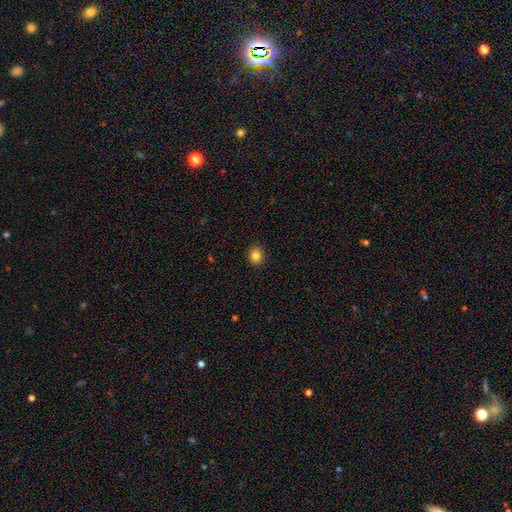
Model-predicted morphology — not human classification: smooth-or-featured: smooth: 84% | star or artifact: 11% | featured or disk: 6%
  how-rounded: round: 73% | in between: 26% | cigar-shaped: 1%
  merging: none: 91% | minor disturbance: 6% | major disturbance: 2% | merger: 1%